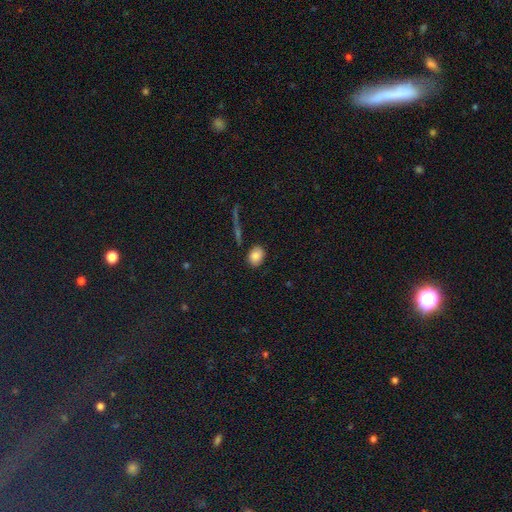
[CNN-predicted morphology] type=smooth (82%); roundness=in between (63%); merging=none (82%).